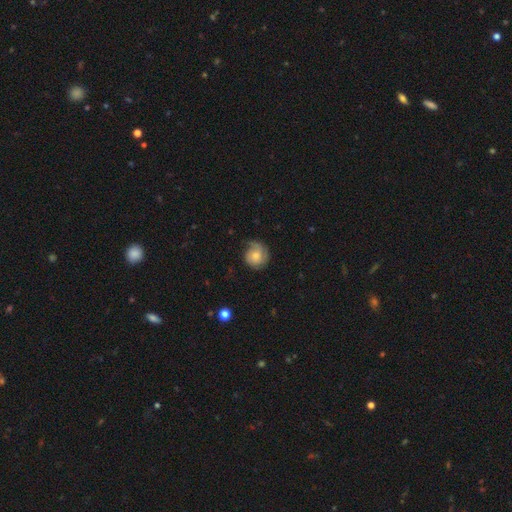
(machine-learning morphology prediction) smooth_or_featured: smooth (p=0.48) [alt: featured or disk p=0.45]
merging: none (p=0.65) [alt: minor disturbance p=0.24]